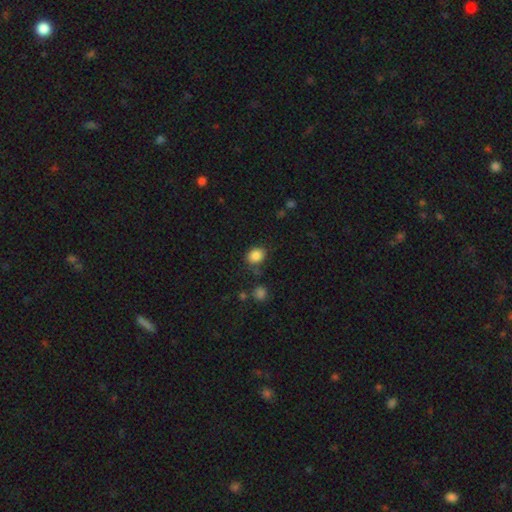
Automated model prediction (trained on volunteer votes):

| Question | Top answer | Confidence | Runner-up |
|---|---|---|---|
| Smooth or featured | smooth | 85% | star or artifact (10%) |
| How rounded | round | 53% | in between (46%) |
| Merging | none | 74% | minor disturbance (16%) |